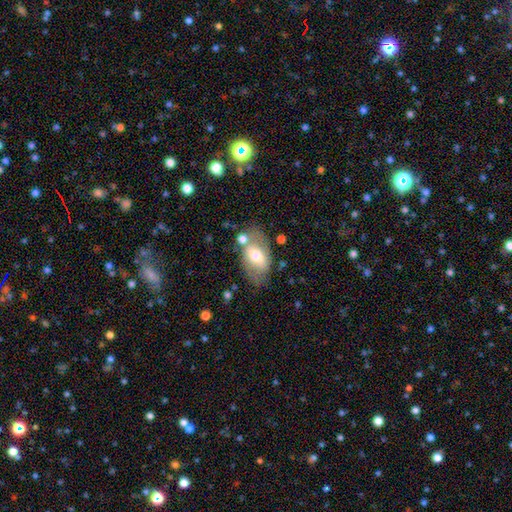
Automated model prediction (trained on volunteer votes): A smooth galaxy with no disk features (52%) that is in between round and cigar-shaped (91%). Merging: none (62%).